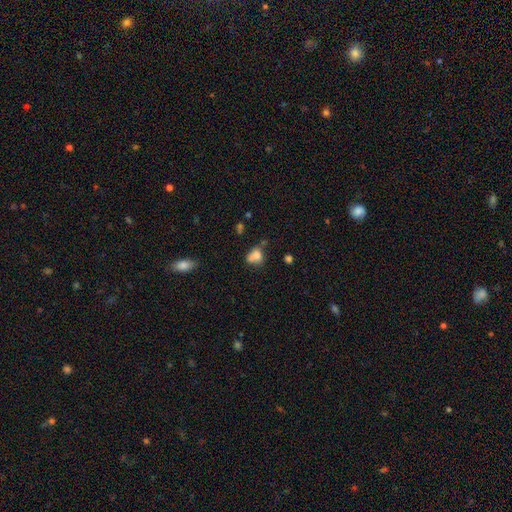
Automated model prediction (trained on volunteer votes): Q: Smooth or featured?
A: smooth (73%); runner-up: featured or disk (15%)
Q: How rounded?
A: in between (58%); runner-up: round (40%)
Q: Merging?
A: merger (39%); runner-up: none (31%)